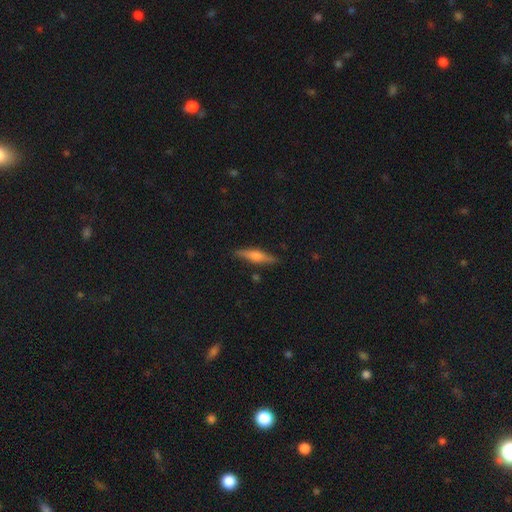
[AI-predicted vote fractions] smooth_or_featured: featured or disk (p=0.49) [alt: smooth p=0.44]
merging: none (p=0.87) [alt: minor disturbance p=0.10]